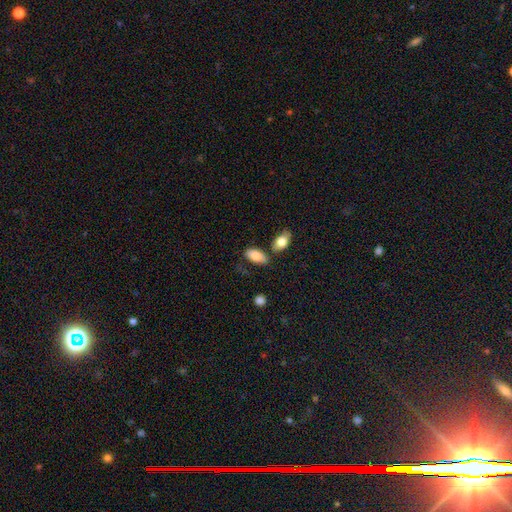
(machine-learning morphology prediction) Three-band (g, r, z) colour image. It shows a smooth galaxy with no disk features (84%) that is in between round and cigar-shaped (91%). Merging: none (62%).